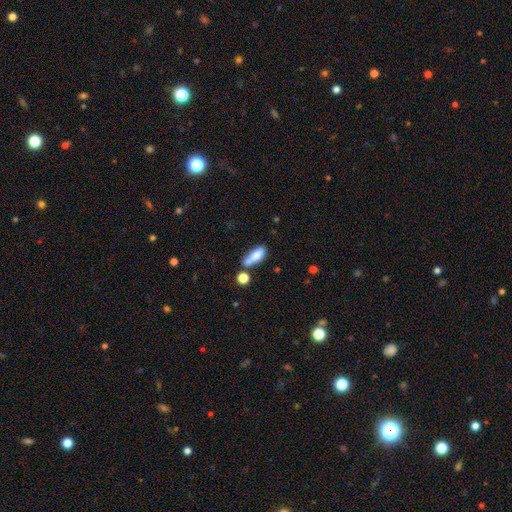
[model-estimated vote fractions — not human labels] Q: Smooth or featured?
A: smooth (78%); runner-up: featured or disk (14%)
Q: How rounded?
A: in between (65%); runner-up: cigar-shaped (31%)
Q: Merging?
A: none (43%); runner-up: merger (29%)